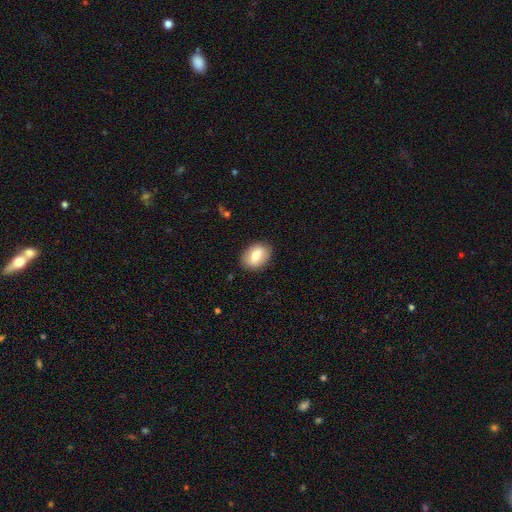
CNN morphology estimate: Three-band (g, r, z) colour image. It shows a smooth galaxy with no disk features (73%) that is in between round and cigar-shaped (76%). Merging: none (86%).